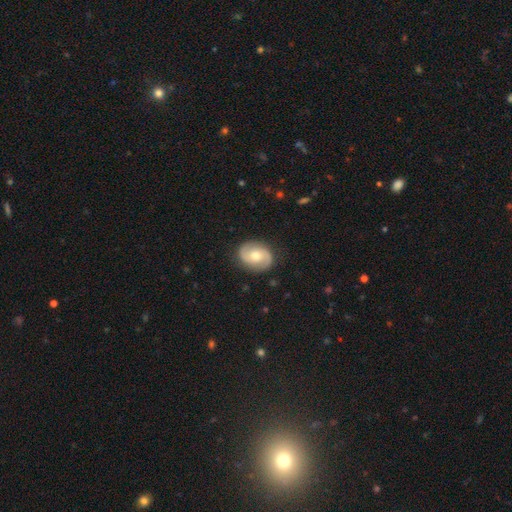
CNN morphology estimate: Smooth or featured? featured or disk (71%)
Edge-on disk? no (97%)
Bar? no (54%)
Spiral arms? yes (88%)
Spiral winding? medium (47%)
Spiral arm count? 2 (91%)
Bulge size? moderate (72%)
Merging? none (86%)